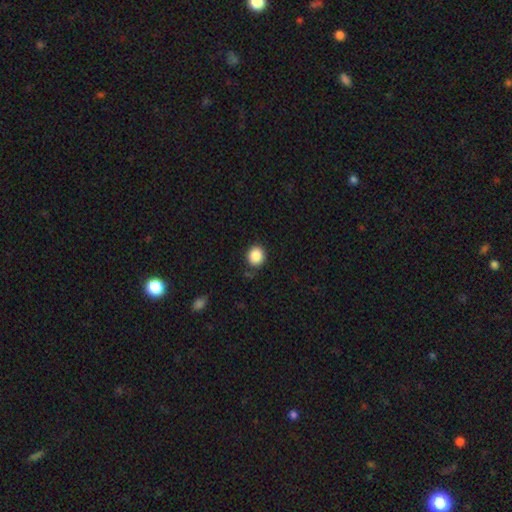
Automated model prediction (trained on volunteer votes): A smooth galaxy with no disk features (88%) that is round (82%).

Vote fractions:
- Smooth or featured? smooth: 88% / star or artifact: 9% / featured or disk: 3%
- How rounded? round: 82% / in between: 17% / cigar-shaped: 1%
- Merging? none: 85% / minor disturbance: 10% / major disturbance: 3% / merger: 2%